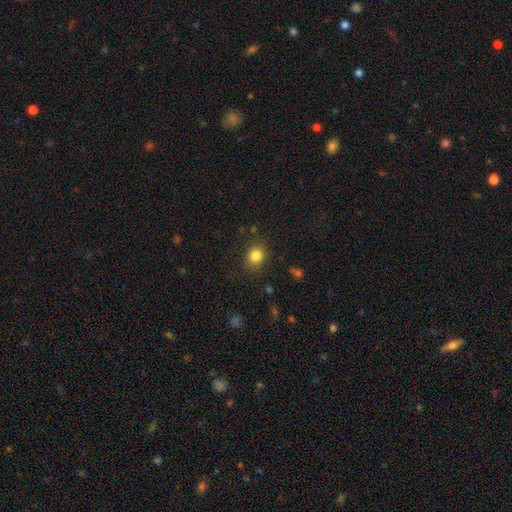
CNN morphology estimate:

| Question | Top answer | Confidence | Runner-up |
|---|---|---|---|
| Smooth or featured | smooth | 83% | star or artifact (11%) |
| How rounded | round | 68% | in between (31%) |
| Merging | none | 83% | minor disturbance (12%) |